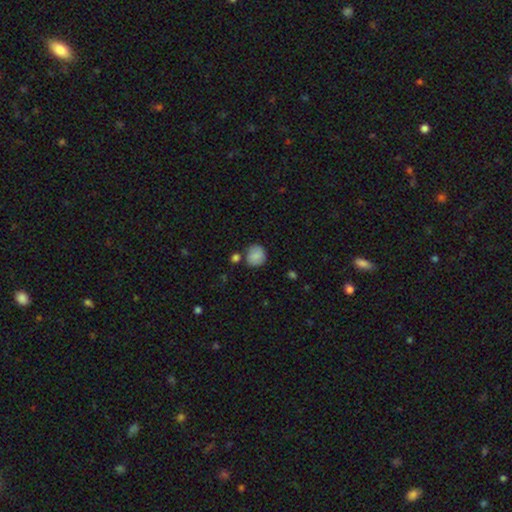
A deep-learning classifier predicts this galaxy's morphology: This appears to be a smooth galaxy with no disk features (83%) that is round (84%). Merging: none (71%).